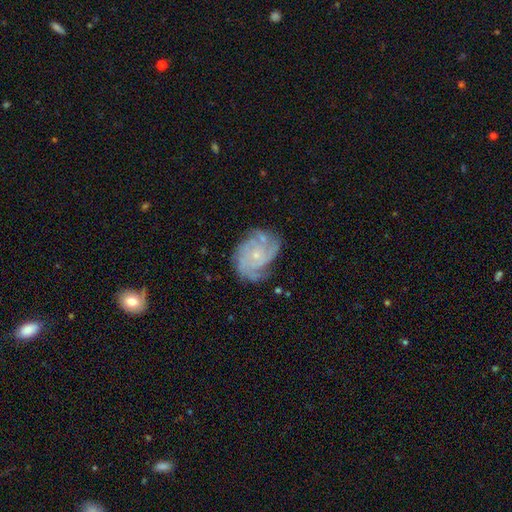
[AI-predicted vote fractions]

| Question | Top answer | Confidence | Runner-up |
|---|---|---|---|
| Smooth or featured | featured or disk | 84% | smooth (9%) |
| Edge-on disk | no | 98% | yes (2%) |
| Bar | no | 77% | weak (20%) |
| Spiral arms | yes | 96% | no (4%) |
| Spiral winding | tight | 59% | medium (33%) |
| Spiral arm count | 3 | 30% | can't tell (22%) |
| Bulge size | small | 77% | moderate (18%) |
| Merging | none | 66% | minor disturbance (22%) |